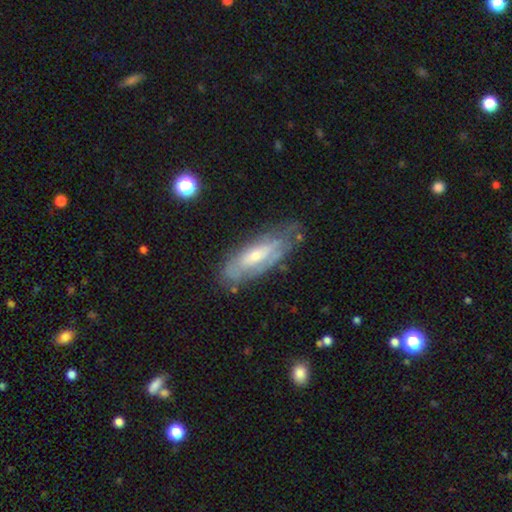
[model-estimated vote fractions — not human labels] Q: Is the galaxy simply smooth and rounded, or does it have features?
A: featured or disk — 62%.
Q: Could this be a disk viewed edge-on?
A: no — 77%.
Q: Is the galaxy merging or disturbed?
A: none — 62%.